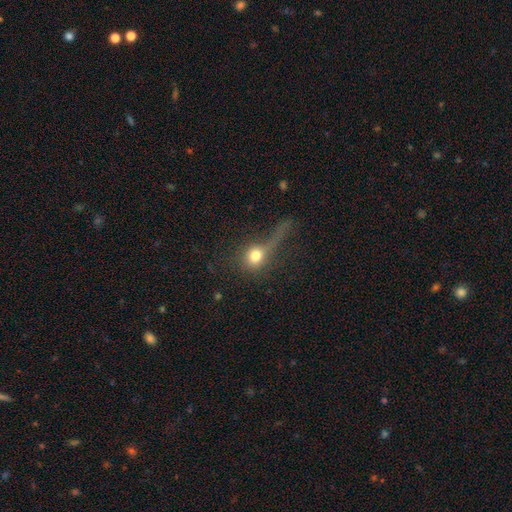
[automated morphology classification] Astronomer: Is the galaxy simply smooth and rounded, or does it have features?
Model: smooth — 69%.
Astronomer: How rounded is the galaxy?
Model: round — 72%.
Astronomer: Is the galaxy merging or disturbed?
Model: major disturbance — 44% (runner-up: none, 32%).